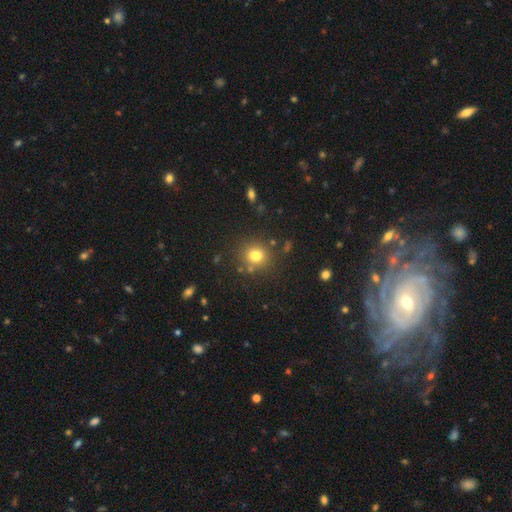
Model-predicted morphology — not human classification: smooth_or_featured: smooth (p=0.78) [alt: star or artifact p=0.15]
how_rounded: round (p=0.87) [alt: in between p=0.12]
merging: none (p=0.82) [alt: minor disturbance p=0.09]